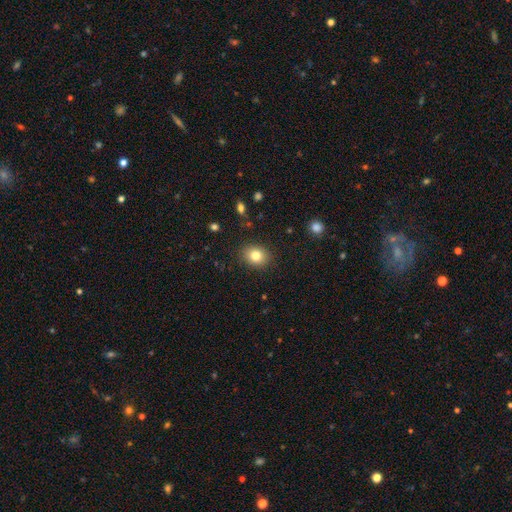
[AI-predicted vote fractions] smooth-or-featured: smooth: 82% | star or artifact: 10% | featured or disk: 8%
  how-rounded: round: 53% | in between: 46% | cigar-shaped: 1%
  merging: none: 89% | minor disturbance: 8% | major disturbance: 2% | merger: 1%